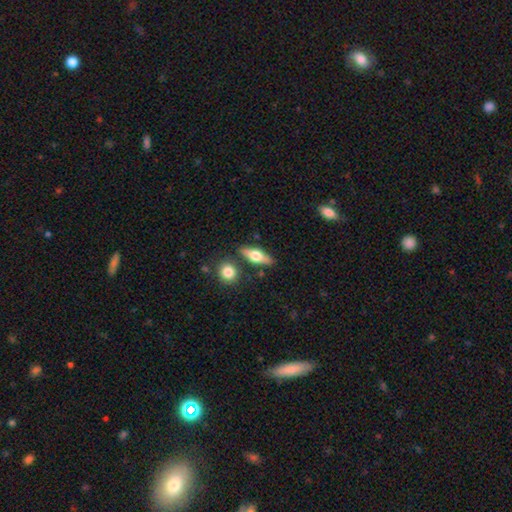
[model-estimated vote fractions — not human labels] Smooth or featured? smooth (50%)
Merging? none (79%)